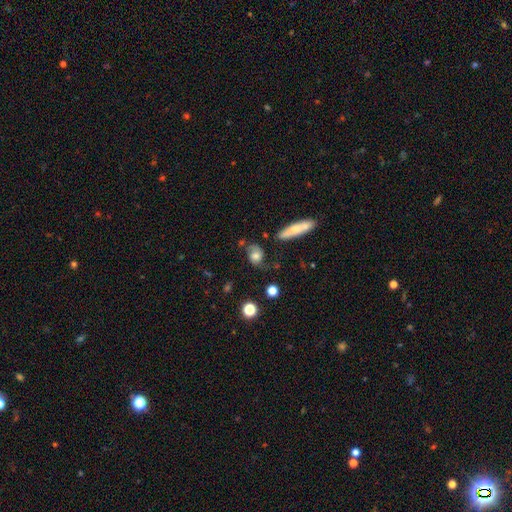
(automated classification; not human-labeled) smooth 47%, featured or disk 44%, star or artifact 10%. Down the decision tree: merging — none (56%).